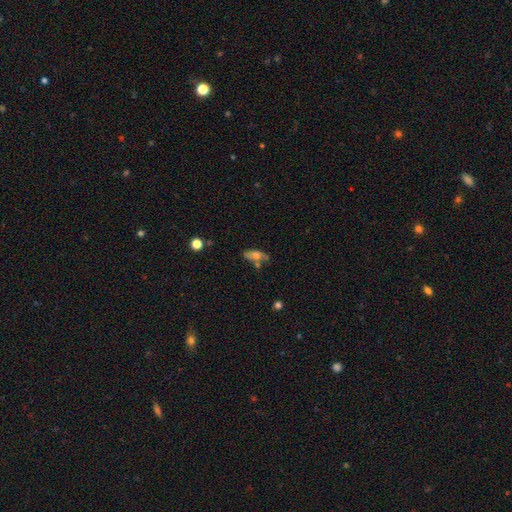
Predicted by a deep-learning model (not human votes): Smooth or featured: smooth — 62% (featured or disk — 28%)
How rounded: in between — 75% (cigar-shaped — 20%)
Merging: none — 51% (minor disturbance — 23%)